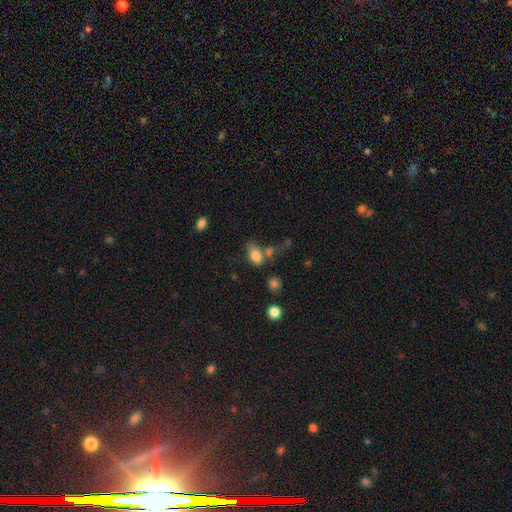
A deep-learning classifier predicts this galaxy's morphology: Q: Smooth or featured?
A: smooth (81%); runner-up: star or artifact (9%)
Q: How rounded?
A: in between (86%); runner-up: round (12%)
Q: Merging?
A: none (47%); runner-up: minor disturbance (22%)